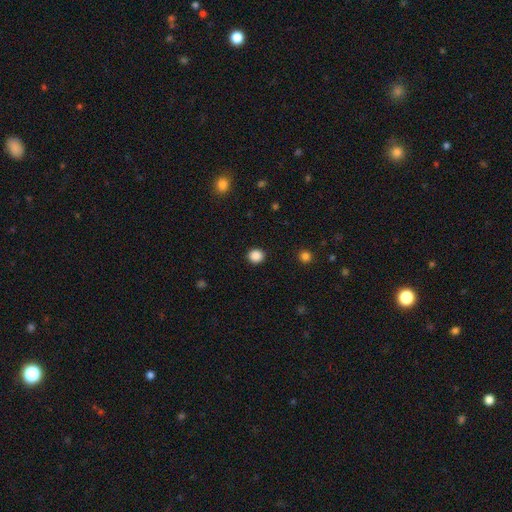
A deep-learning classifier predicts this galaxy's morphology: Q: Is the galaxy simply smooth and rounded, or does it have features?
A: smooth — 87%.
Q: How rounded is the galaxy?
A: round — 84%.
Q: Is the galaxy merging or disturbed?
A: none — 91%.